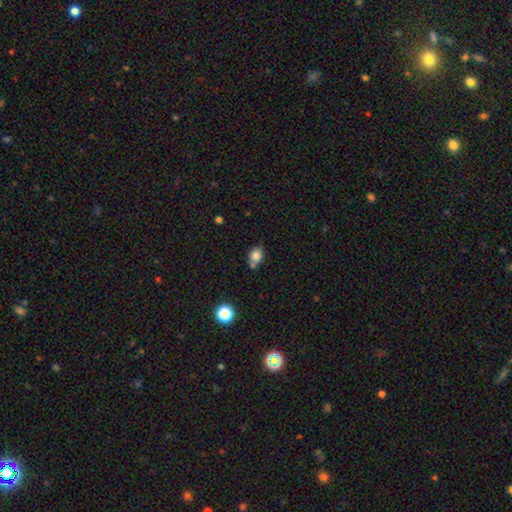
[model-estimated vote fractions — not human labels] Smooth or featured? Predicted: smooth (p=0.80). How rounded? Predicted: in between (p=0.66). Merging? Predicted: none (p=0.60).